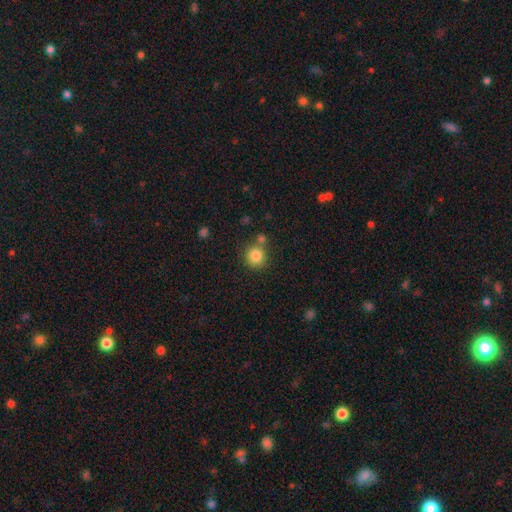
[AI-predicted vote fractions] Morphology: type=smooth (84%); roundness=round (89%); merging=none (71%).